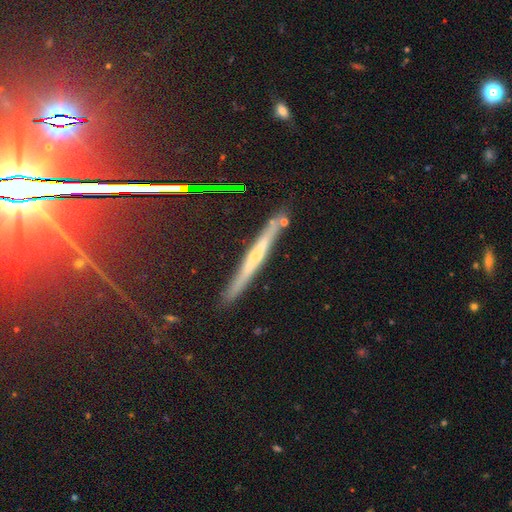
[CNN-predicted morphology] This appears to be a featured or disk galaxy (59%) viewed edge-on (96%) with no central bulge (53%). Merging: none (86%).